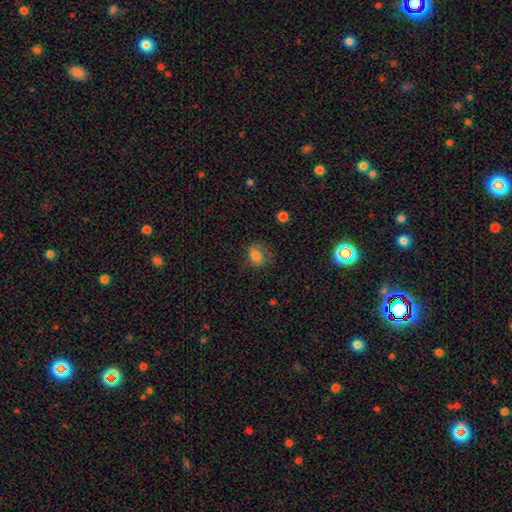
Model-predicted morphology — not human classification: Q: Smooth or featured?
A: smooth (74%); runner-up: featured or disk (15%)
Q: How rounded?
A: in between (51%); runner-up: round (48%)
Q: Merging?
A: none (61%); runner-up: minor disturbance (24%)